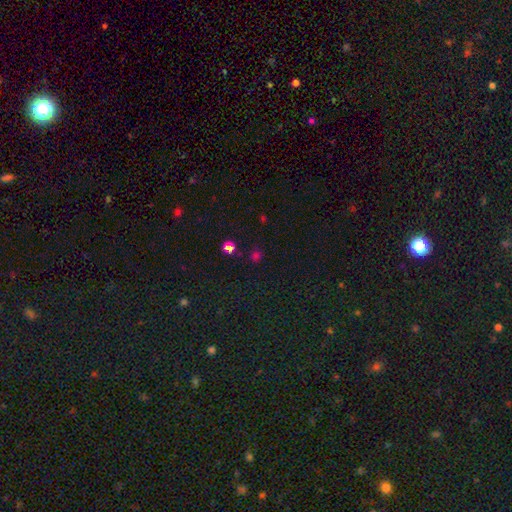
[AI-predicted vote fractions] This is possibly a smooth galaxy (55%). How rounded: clearly round (83%). Merging: likely none (80%).